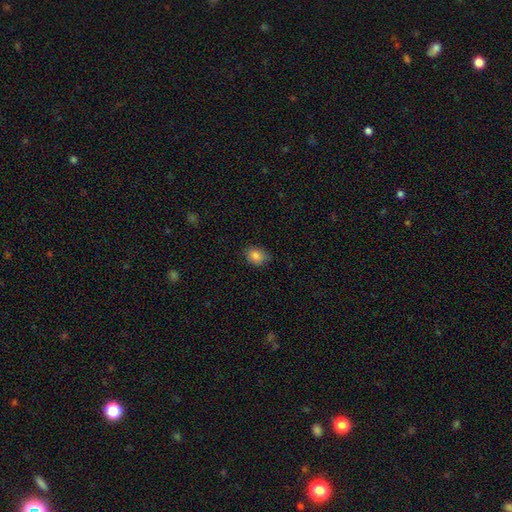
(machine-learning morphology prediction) smooth 85%, star or artifact 10%, featured or disk 6%. Down the decision tree: how rounded — in between (58%); merging — none (78%).